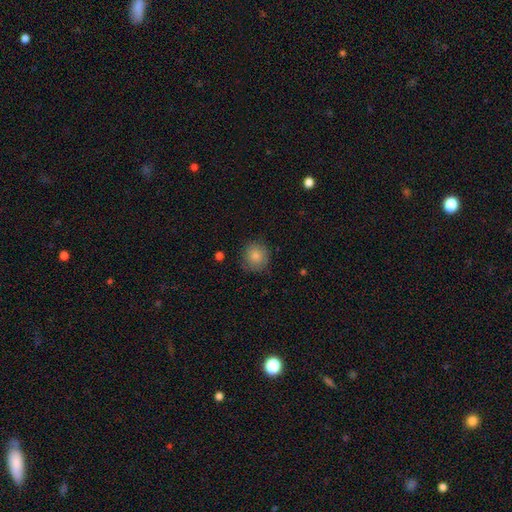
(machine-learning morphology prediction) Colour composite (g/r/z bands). It shows a smooth galaxy with no disk features (85%) that is round (91%). Merging: none (82%).